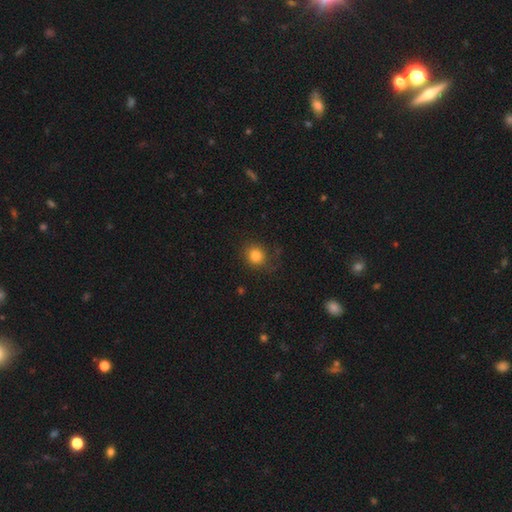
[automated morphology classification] smooth-or-featured: smooth: 82% | star or artifact: 11% | featured or disk: 6%
  how-rounded: round: 82% | in between: 17% | cigar-shaped: 1%
  merging: none: 77% | minor disturbance: 15% | major disturbance: 6% | merger: 2%